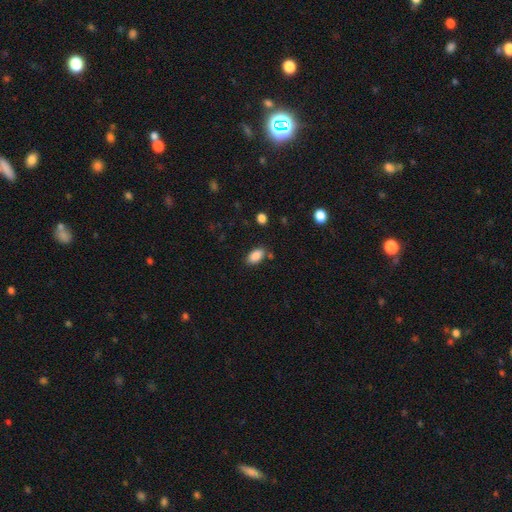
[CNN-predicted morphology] Smooth or featured? Predicted: smooth (p=0.88). How rounded? Predicted: in between (p=0.93). Merging? Predicted: none (p=0.81).